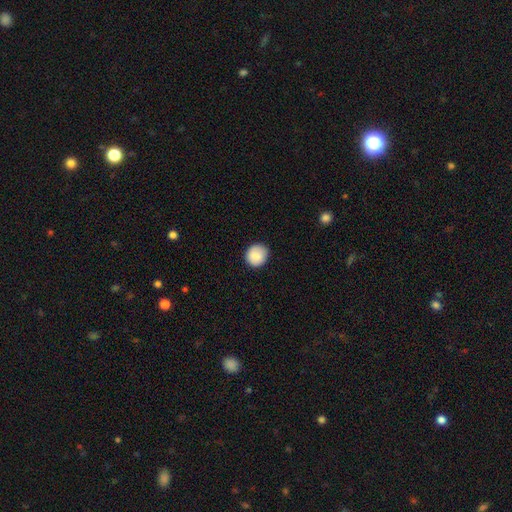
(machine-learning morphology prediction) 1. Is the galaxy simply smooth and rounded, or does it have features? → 85% smooth, 8% featured or disk, 7% star or artifact.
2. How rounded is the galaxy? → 88% round, 12% in between, 1% cigar-shaped.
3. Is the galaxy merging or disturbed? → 87% none, 10% minor disturbance, 2% major disturbance, 1% merger.